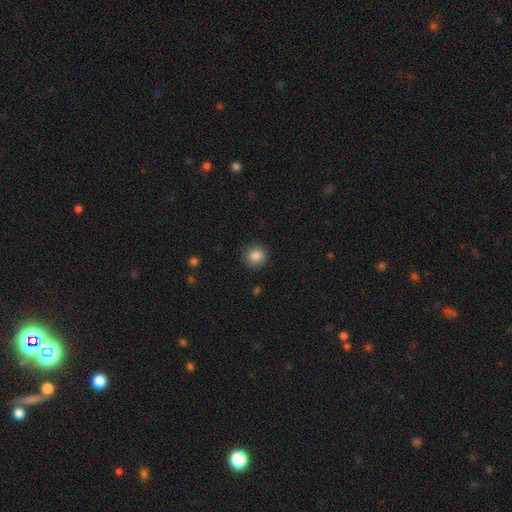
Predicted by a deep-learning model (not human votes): Morphology: type=smooth (86%); roundness=round (92%); merging=none (90%).